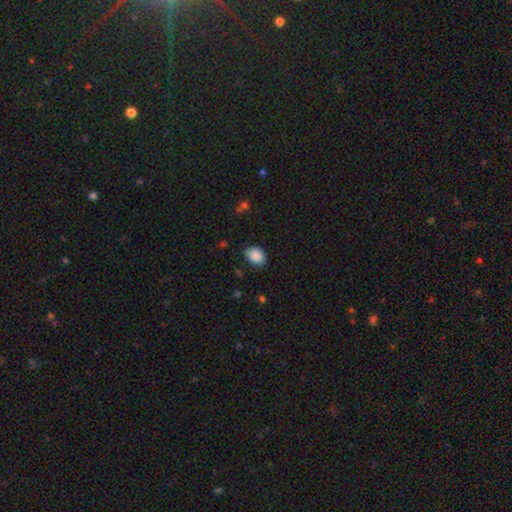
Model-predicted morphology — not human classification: The model was most divided on "how rounded": in between: 77%, round: 23%, cigar-shaped: 1%. More confident: smooth or featured — smooth (89%); merging — none (80%).